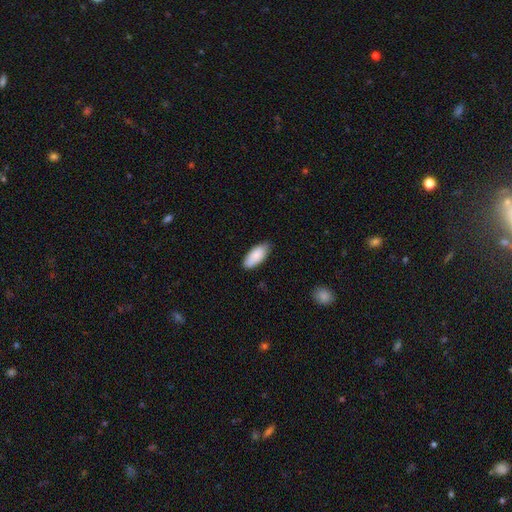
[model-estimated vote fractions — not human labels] smooth-or-featured: smooth: 86% | featured or disk: 8% | star or artifact: 6%
  how-rounded: in between: 87% | cigar-shaped: 11% | round: 2%
  merging: none: 80% | minor disturbance: 16% | major disturbance: 2% | merger: 1%